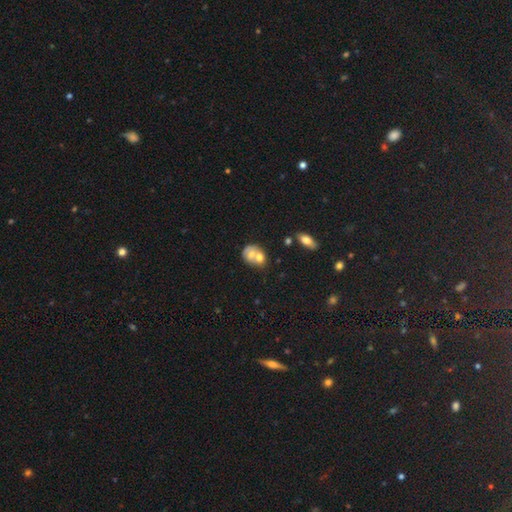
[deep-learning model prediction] Smooth or featured? Predicted: smooth (p=0.60). How rounded? Predicted: round (p=0.51). Merging? Predicted: merger (p=0.59).